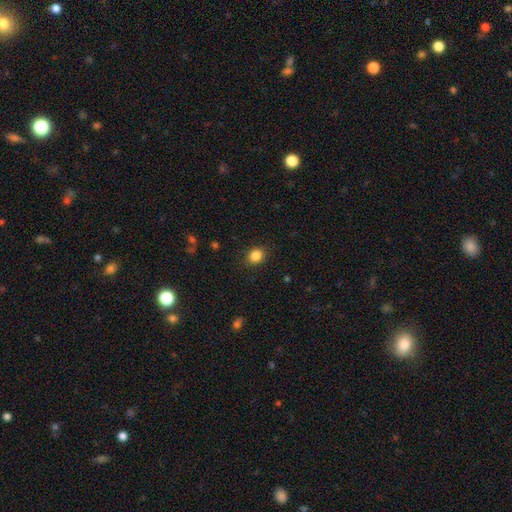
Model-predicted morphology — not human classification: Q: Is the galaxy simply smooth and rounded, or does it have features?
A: smooth — 85%.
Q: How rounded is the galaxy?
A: round — 61%.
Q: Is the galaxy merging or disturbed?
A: none — 87%.